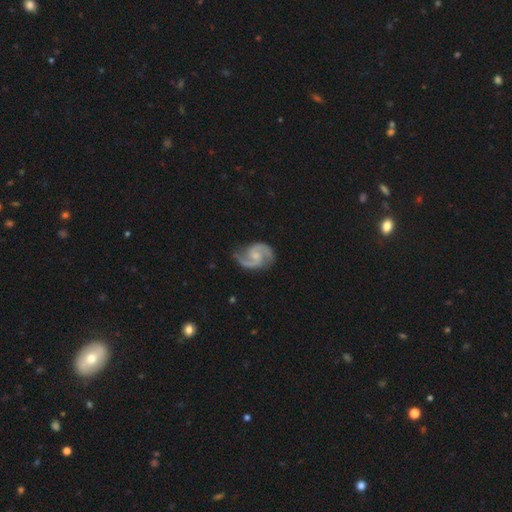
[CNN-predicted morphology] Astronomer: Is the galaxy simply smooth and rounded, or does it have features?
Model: featured or disk — 93%.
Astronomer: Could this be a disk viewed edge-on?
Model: no — 98%.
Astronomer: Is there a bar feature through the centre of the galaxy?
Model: no — 51% (runner-up: weak, 42%).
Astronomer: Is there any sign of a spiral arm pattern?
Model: yes — 98%.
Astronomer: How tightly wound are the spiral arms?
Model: medium — 63%.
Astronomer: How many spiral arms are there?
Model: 2 — 94%.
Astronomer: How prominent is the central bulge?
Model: small — 52% (runner-up: moderate, 30%).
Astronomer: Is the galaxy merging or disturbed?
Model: none — 76%.